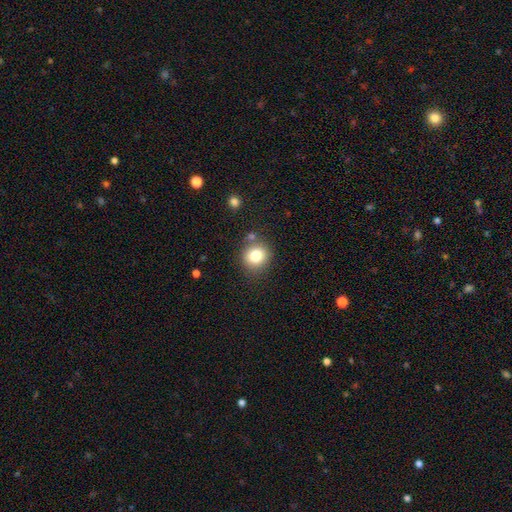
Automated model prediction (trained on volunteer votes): Smooth or featured: smooth — 79% (star or artifact — 11%)
How rounded: round — 85% (in between — 15%)
Merging: none — 78% (minor disturbance — 11%)